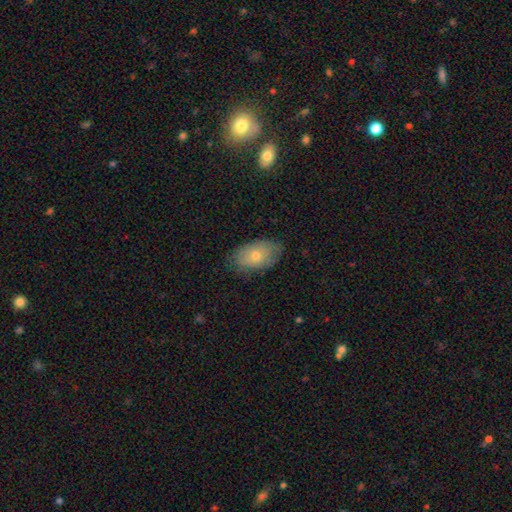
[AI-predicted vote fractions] smooth_or_featured: smooth (p=0.64) [alt: featured or disk p=0.28]
how_rounded: in between (p=0.91) [alt: round p=0.08]
merging: none (p=0.79) [alt: minor disturbance p=0.17]